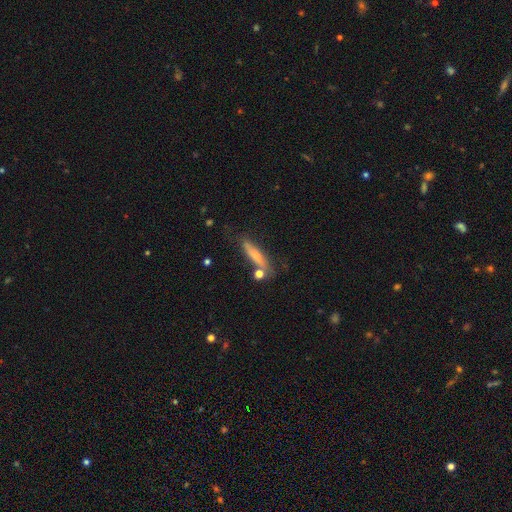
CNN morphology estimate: This is likely a smooth galaxy (67%). How rounded: clearly cigar-shaped (83%). Merging: likely none (69%).